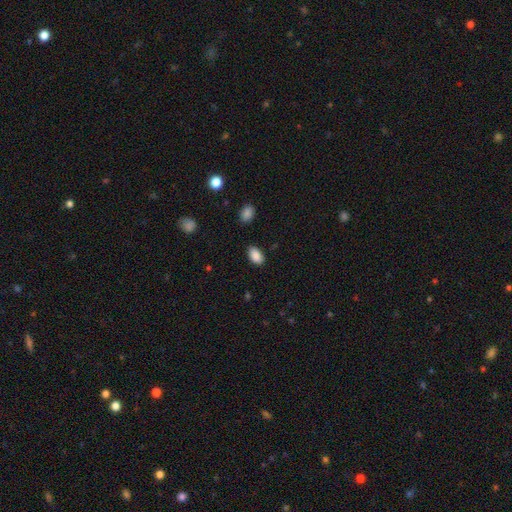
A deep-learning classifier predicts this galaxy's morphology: The model was most divided on "merging": none: 85%, minor disturbance: 11%, major disturbance: 3%, merger: 2%. More confident: how rounded — in between (92%); smooth or featured — smooth (89%).